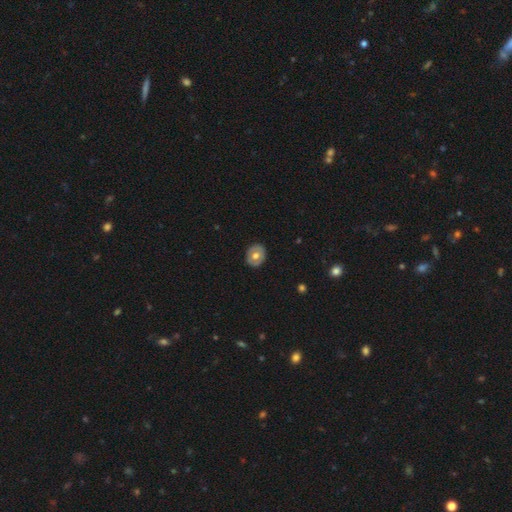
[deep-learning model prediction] smooth-or-featured: smooth: 57% | featured or disk: 37% | star or artifact: 6%
  how-rounded: round: 62% | in between: 37% | cigar-shaped: 1%
  merging: none: 88% | minor disturbance: 9% | major disturbance: 2% | merger: 1%